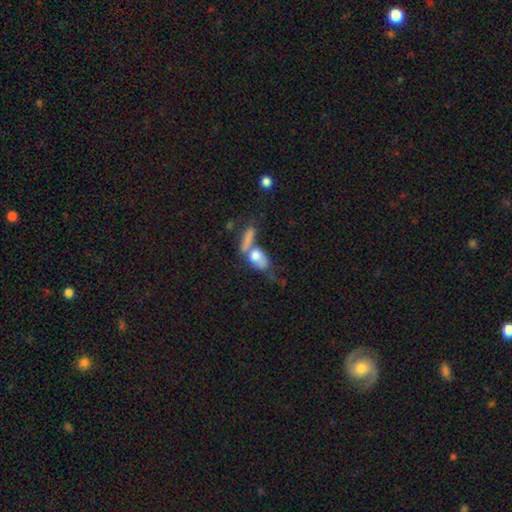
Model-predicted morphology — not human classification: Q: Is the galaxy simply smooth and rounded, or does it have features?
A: smooth — 68%.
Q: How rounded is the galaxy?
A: in between — 75%.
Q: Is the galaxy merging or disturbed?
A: merger — 52%.